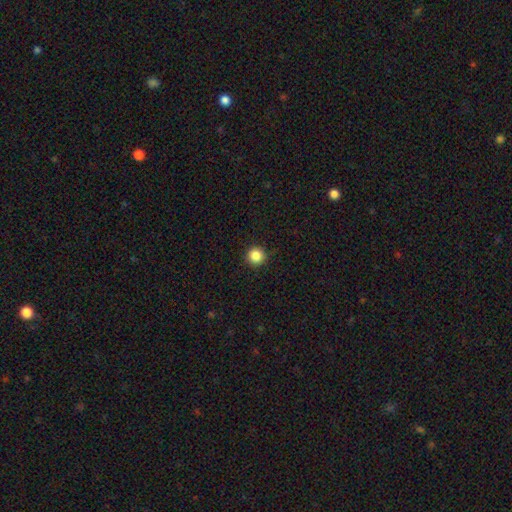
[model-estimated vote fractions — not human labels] smooth-or-featured: smooth: 86% | star or artifact: 10% | featured or disk: 3%
  how-rounded: round: 95% | in between: 4% | cigar-shaped: 1%
  merging: none: 91% | minor disturbance: 6% | major disturbance: 2% | merger: 1%